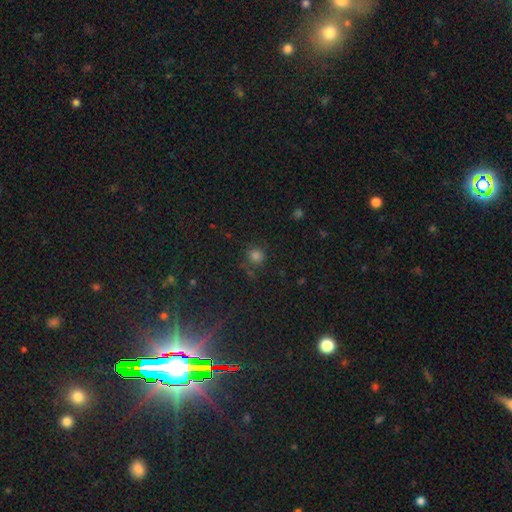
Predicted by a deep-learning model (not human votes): Overall: smooth (74%). How rounded: round (91%). Merging: none (78%).